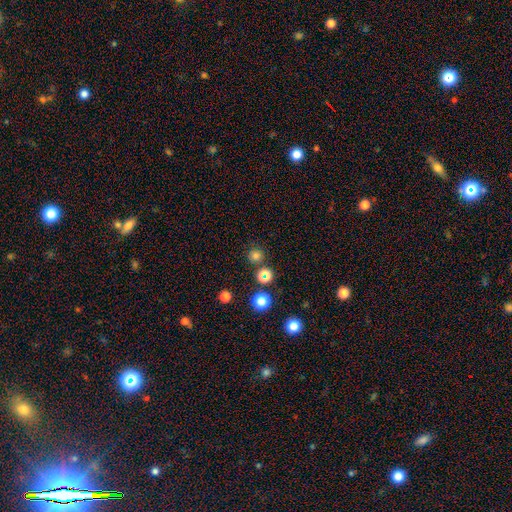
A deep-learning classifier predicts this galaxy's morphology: Smooth or featured? smooth (74%)
How rounded? round (94%)
Merging? none (85%)